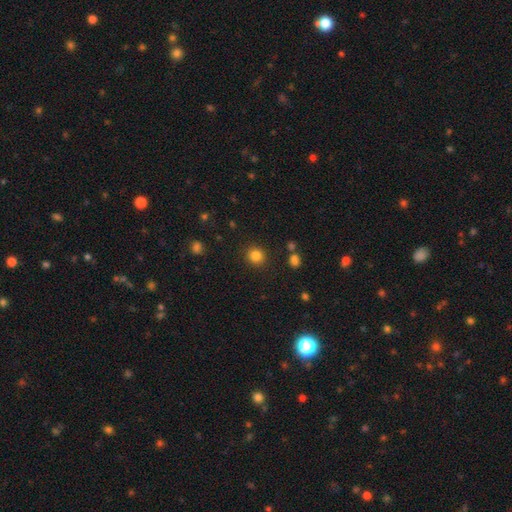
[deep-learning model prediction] smooth 84%, star or artifact 12%, featured or disk 4%. Down the decision tree: how rounded — round (89%); merging — none (89%).